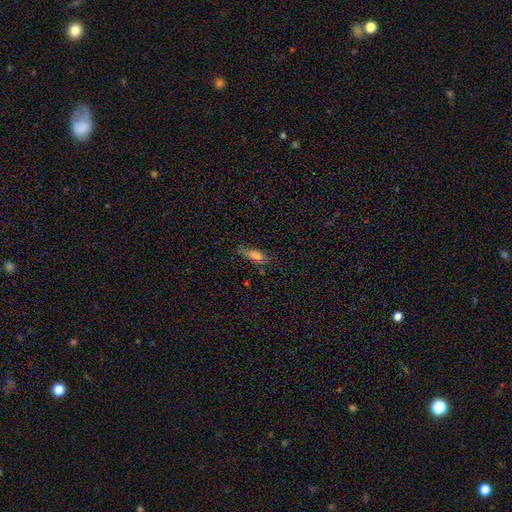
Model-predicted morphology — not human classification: A smooth galaxy with no disk features (66%) that is in between round and cigar-shaped (51%). Merging: none (58%).